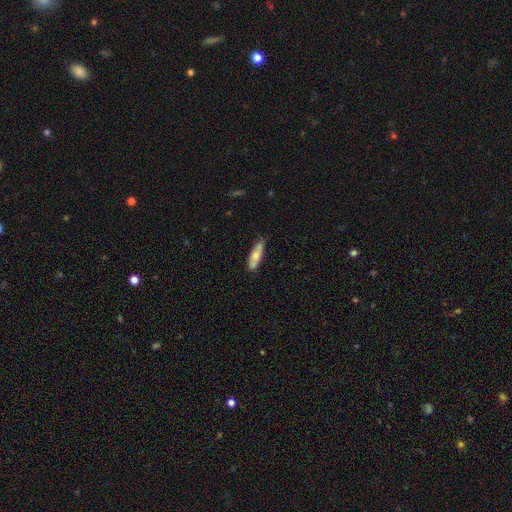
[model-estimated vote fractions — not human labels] The model was most divided on "how rounded": cigar-shaped: 55%, in between: 43%, round: 2%. More confident: merging — none (74%); smooth or featured — smooth (70%).